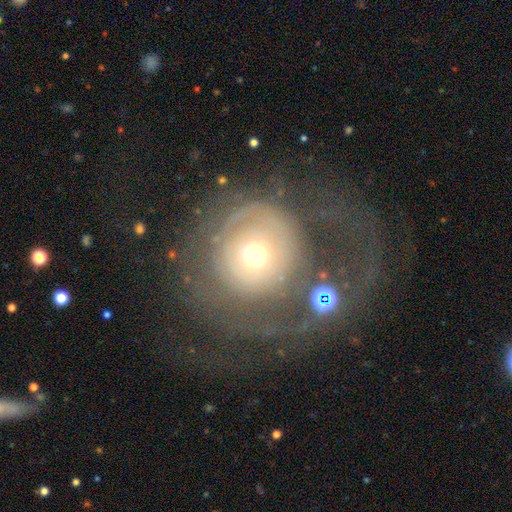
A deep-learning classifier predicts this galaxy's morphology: featured or disk 52%, smooth 36%, star or artifact 12%. Down the decision tree: edge-on disk — no (96%); bar — no (86%); spiral arms — no (51%); bulge size — moderate (48%); merging — major disturbance (42%).